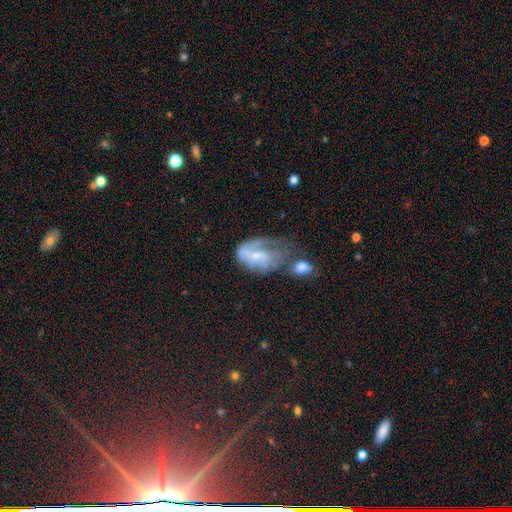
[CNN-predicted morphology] Smooth or featured? featured or disk (61%)
Edge-on disk? no (97%)
Bar? no (55%)
Spiral arms? yes (71%)
Bulge size? small (58%)
Merging? major disturbance (39%)